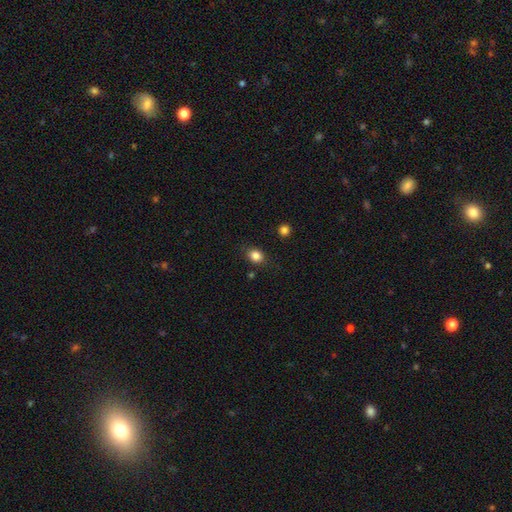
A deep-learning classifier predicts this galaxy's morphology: type=smooth (84%); roundness=round (53%); merging=none (82%).